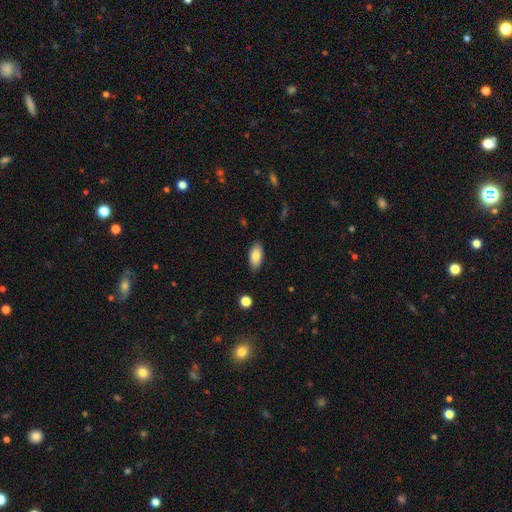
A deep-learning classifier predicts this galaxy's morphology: Smooth or featured? smooth (82%)
How rounded? in between (90%)
Merging? none (85%)